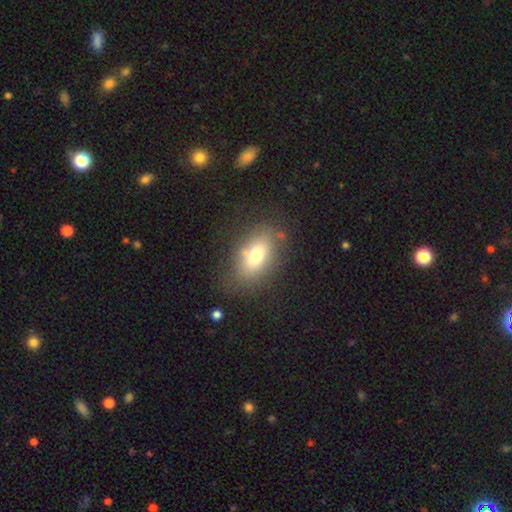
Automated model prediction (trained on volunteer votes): Smooth or featured?
  - smooth: 70% *
  - featured or disk: 19%
  - star or artifact: 11%
How rounded?
  - in between: 84% *
  - round: 13%
  - cigar-shaped: 4%
Merging?
  - none: 71% *
  - minor disturbance: 17%
  - major disturbance: 8%
  - merger: 5%